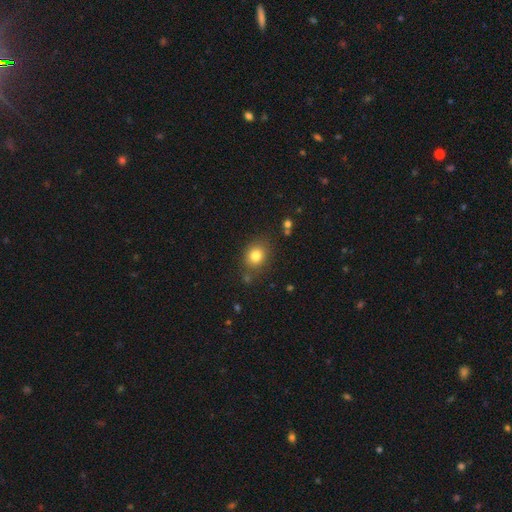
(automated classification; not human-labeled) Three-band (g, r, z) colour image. It shows a smooth galaxy with no disk features (81%) that is round (63%). Merging: none (79%).